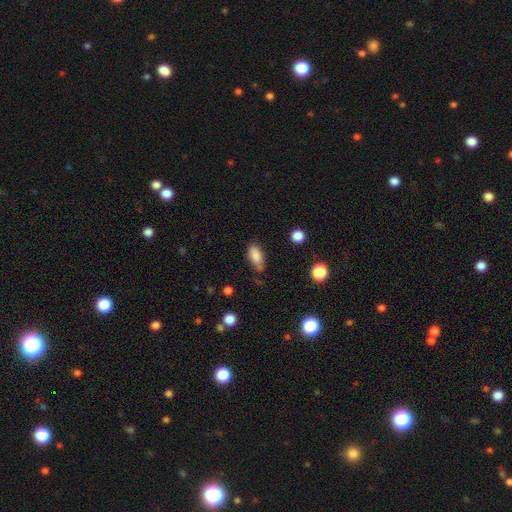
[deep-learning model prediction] smooth 85%, star or artifact 8%, featured or disk 7%. Down the decision tree: how rounded — in between (85%); merging — none (60%).